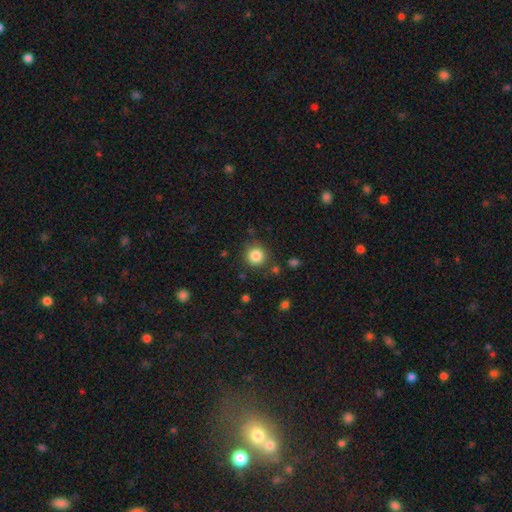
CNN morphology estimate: smooth_or_featured: smooth (p=0.84) [alt: star or artifact p=0.11]
how_rounded: round (p=0.93) [alt: in between p=0.06]
merging: none (p=0.84) [alt: minor disturbance p=0.09]